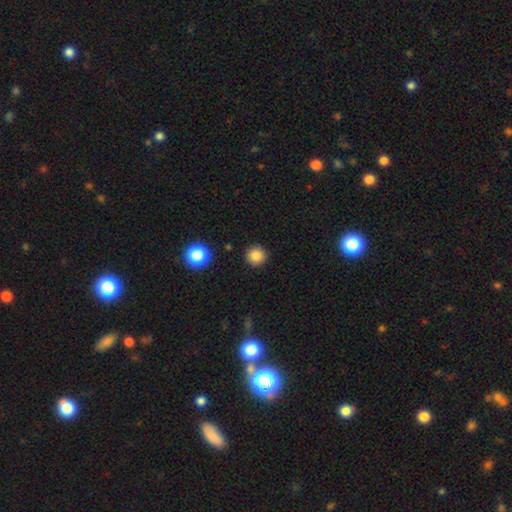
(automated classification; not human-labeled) This is clearly a smooth galaxy (84%). How rounded: clearly round (94%). Merging: clearly none (91%).